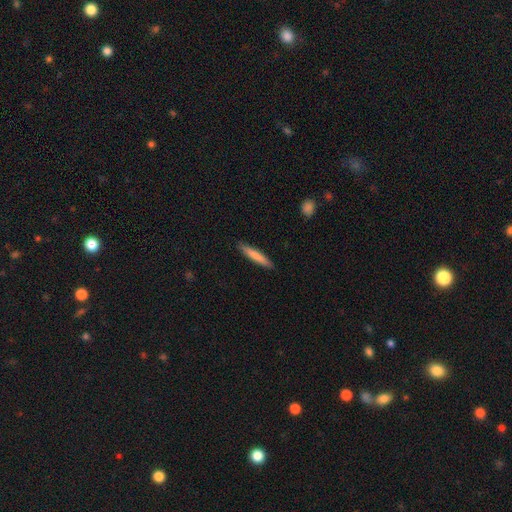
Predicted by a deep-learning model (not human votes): Morphology: type=smooth (77%); roundness=cigar-shaped (93%); merging=none (90%).